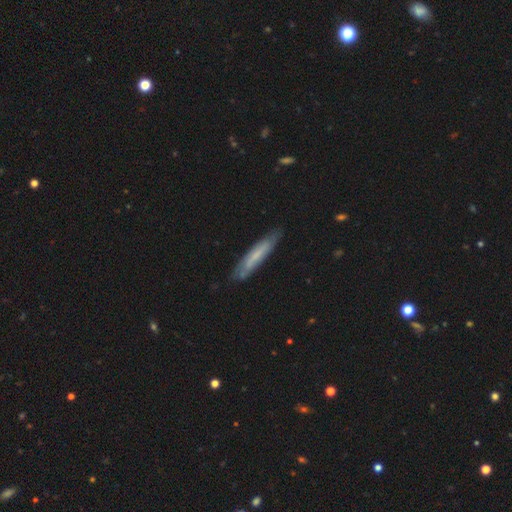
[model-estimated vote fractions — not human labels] Smooth or featured? smooth (54%)
How rounded? cigar-shaped (87%)
Merging? none (78%)